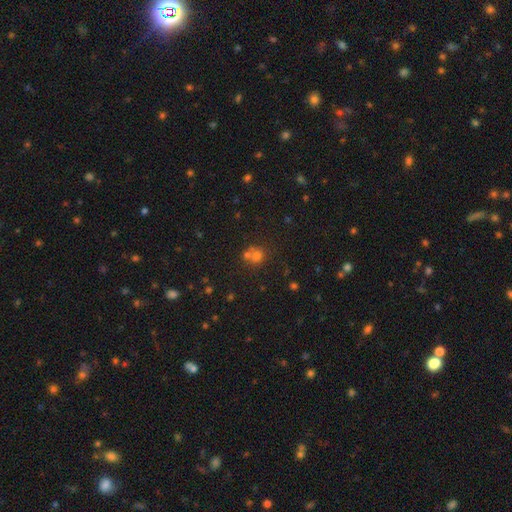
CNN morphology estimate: Smooth or featured?
  - smooth: 62% *
  - star or artifact: 25%
  - featured or disk: 13%
How rounded?
  - round: 84% *
  - in between: 15%
  - cigar-shaped: 1%
Merging?
  - none: 50% *
  - merger: 39%
  - minor disturbance: 7%
  - major disturbance: 3%